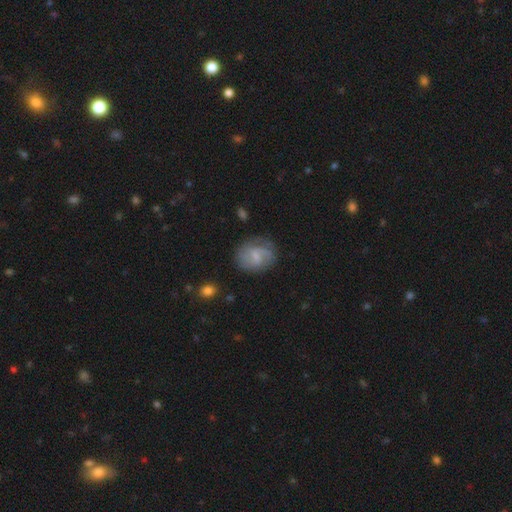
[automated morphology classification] type=featured or disk (48%); merging=none (63%).